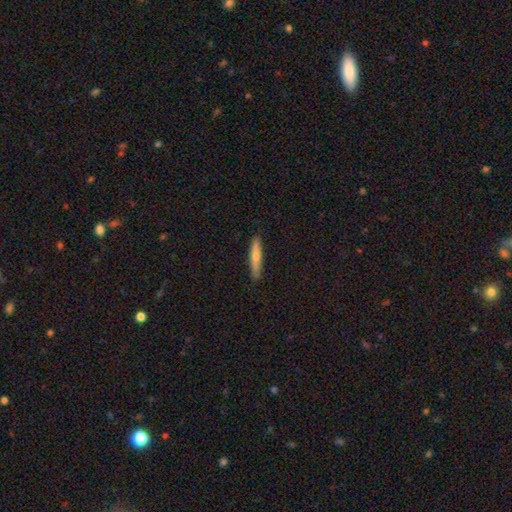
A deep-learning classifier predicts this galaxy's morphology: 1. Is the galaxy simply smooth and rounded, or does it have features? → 53% smooth, 41% featured or disk, 6% star or artifact.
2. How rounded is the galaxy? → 91% cigar-shaped, 7% in between, 2% round.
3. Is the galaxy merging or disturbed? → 89% none, 8% minor disturbance, 2% major disturbance, 1% merger.